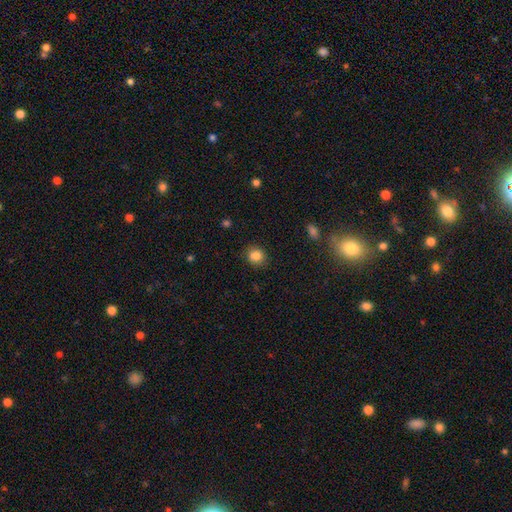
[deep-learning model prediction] smooth-or-featured: smooth: 84% | star or artifact: 11% | featured or disk: 5%
  how-rounded: round: 81% | in between: 18% | cigar-shaped: 1%
  merging: none: 87% | minor disturbance: 9% | major disturbance: 3% | merger: 1%